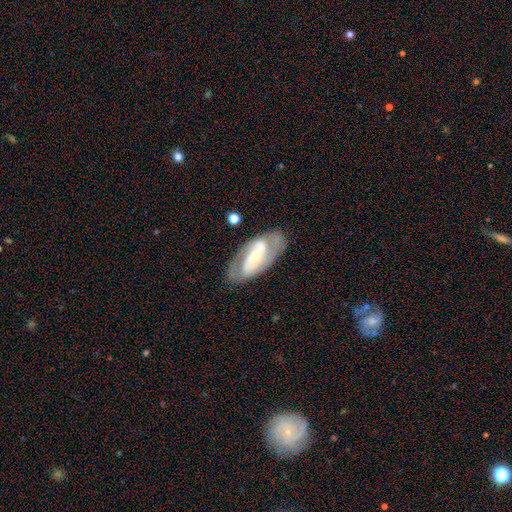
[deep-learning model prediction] Morphology: type=featured or disk (80%); edge-on=no (93%); bar=strong (43%); spiral arms=yes (85%); winding=medium (45%); arm count=2 (82%); bulge=small (58%); merging=none (76%).